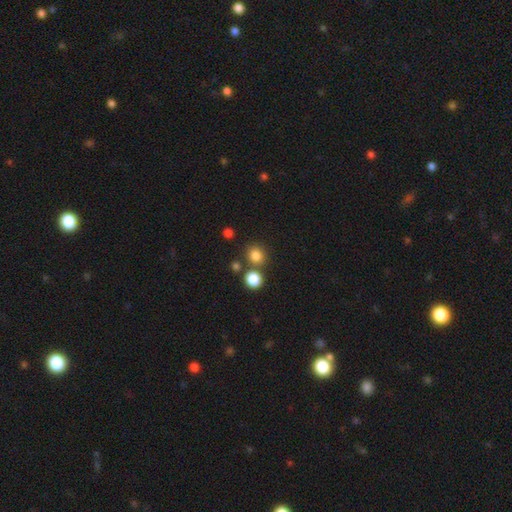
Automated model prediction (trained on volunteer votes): A smooth galaxy with no disk features (81%) that is round (84%).

Vote fractions:
- Smooth or featured? smooth: 81% / star or artifact: 14% / featured or disk: 5%
- How rounded? round: 84% / in between: 15% / cigar-shaped: 1%
- Merging? none: 75% / merger: 14% / minor disturbance: 8% / major disturbance: 3%